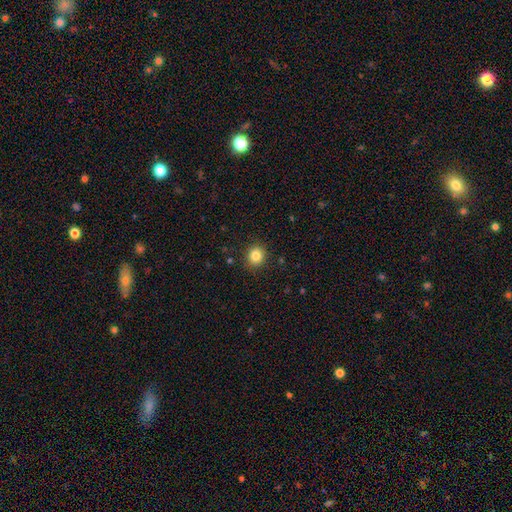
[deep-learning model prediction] Smooth or featured? Predicted: smooth (p=0.83). How rounded? Predicted: round (p=0.82). Merging? Predicted: none (p=0.90).